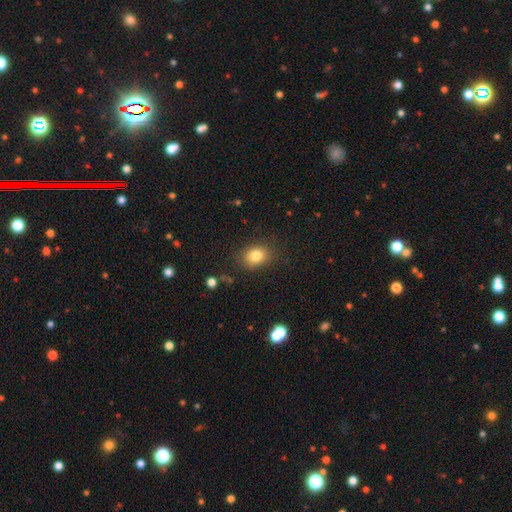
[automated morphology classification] Smooth or featured? Predicted: smooth (p=0.82). How rounded? Predicted: in between (p=0.64). Merging? Predicted: none (p=0.82).